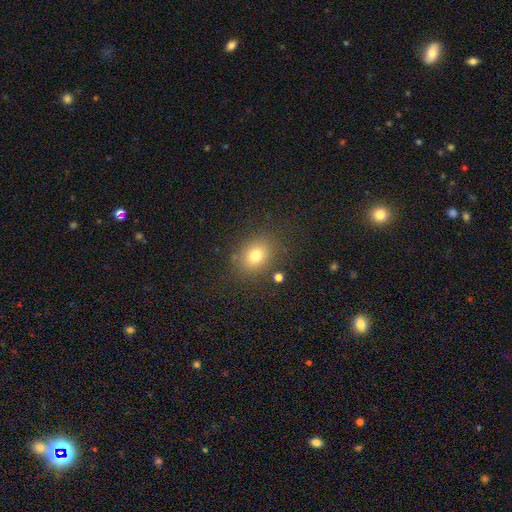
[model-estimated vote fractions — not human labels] Morphology: type=smooth (78%); roundness=in between (54%); merging=none (82%).